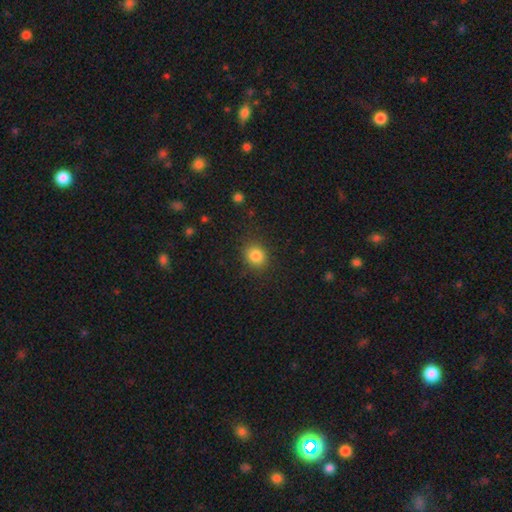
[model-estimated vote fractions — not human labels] smooth_or_featured: smooth (p=0.84) [alt: star or artifact p=0.11]
how_rounded: round (p=0.70) [alt: in between p=0.29]
merging: none (p=0.86) [alt: minor disturbance p=0.10]